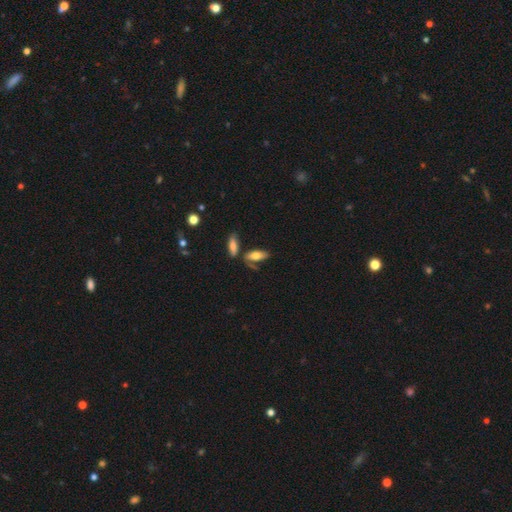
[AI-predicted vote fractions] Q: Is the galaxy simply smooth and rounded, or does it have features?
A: smooth — 65%.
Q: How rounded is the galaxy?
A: in between — 76%.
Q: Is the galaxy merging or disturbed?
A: none — 53%.